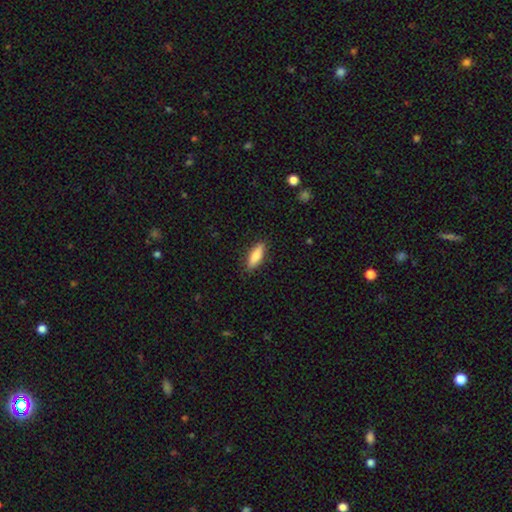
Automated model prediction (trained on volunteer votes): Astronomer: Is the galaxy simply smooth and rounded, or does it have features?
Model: smooth — 81%.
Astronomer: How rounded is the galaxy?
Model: in between — 55% (runner-up: cigar-shaped, 43%).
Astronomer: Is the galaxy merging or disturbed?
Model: none — 87%.